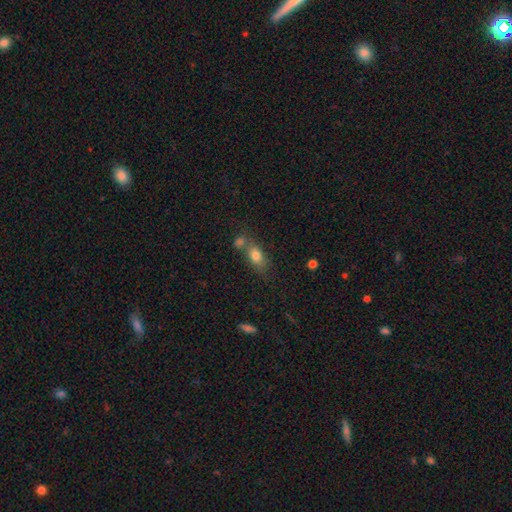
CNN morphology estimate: type=smooth (78%); roundness=in between (81%); merging=none (49%).